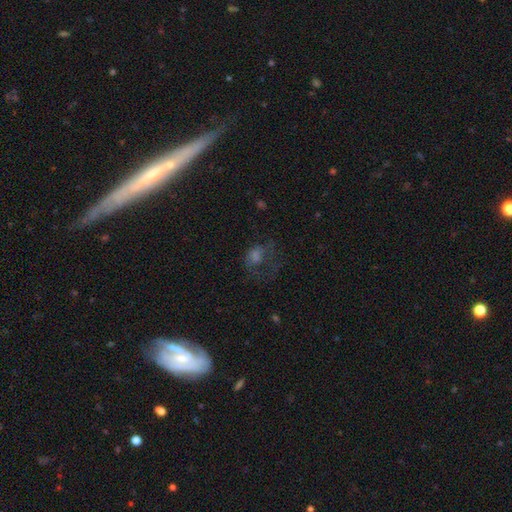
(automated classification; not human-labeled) Smooth or featured? Predicted: smooth (p=0.37). Merging? Predicted: none (p=0.46).